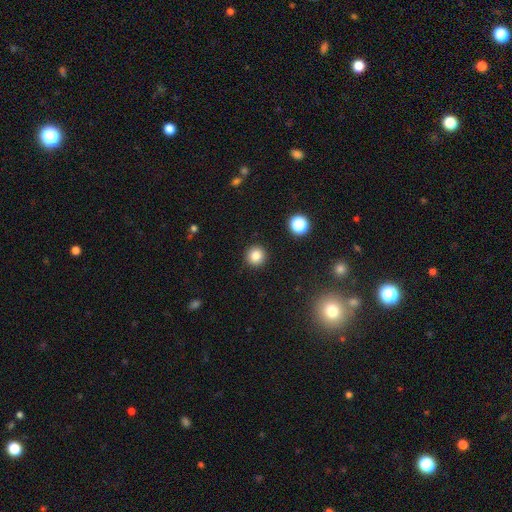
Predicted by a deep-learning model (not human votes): Smooth or featured?
  - smooth: 83% *
  - star or artifact: 12%
  - featured or disk: 5%
How rounded?
  - round: 95% *
  - in between: 4%
  - cigar-shaped: 1%
Merging?
  - none: 92% *
  - minor disturbance: 5%
  - major disturbance: 2%
  - merger: 1%